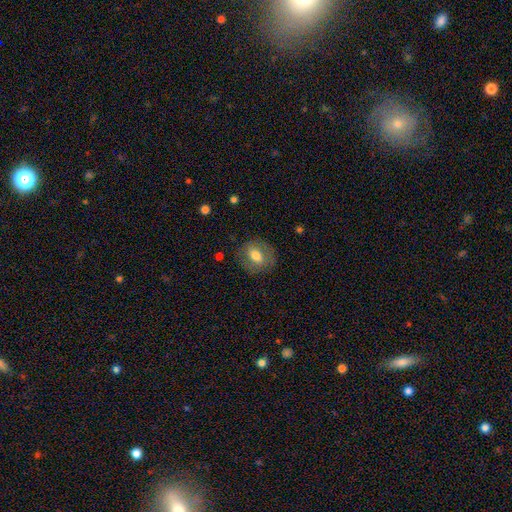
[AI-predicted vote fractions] Smooth or featured? Predicted: smooth (p=0.65). How rounded? Predicted: in between (p=0.55). Merging? Predicted: none (p=0.81).